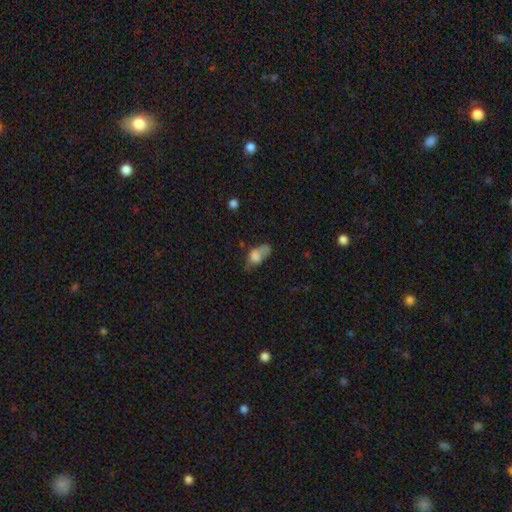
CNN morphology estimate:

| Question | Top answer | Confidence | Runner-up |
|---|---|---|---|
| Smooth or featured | smooth | 71% | featured or disk (18%) |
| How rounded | in between | 85% | round (11%) |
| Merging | major disturbance | 33% | minor disturbance (29%) |